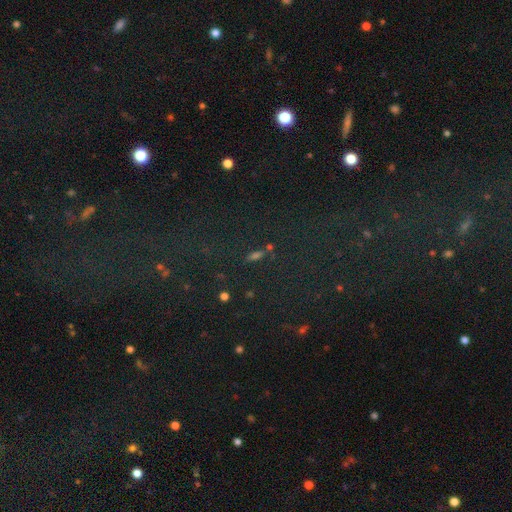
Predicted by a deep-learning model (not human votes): The model was most divided on "smooth or featured": smooth: 43%, star or artifact: 41%, featured or disk: 16%. More confident: merging — none (75%).